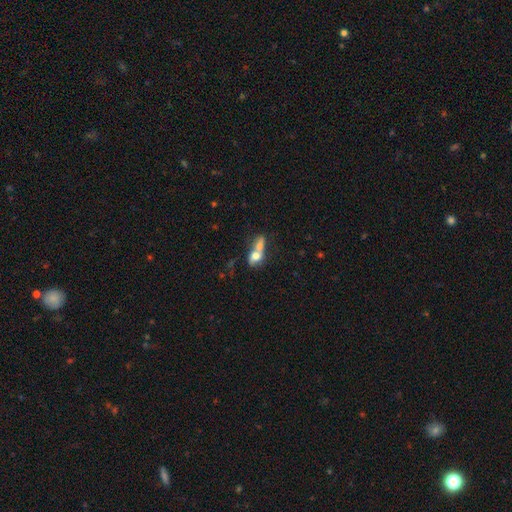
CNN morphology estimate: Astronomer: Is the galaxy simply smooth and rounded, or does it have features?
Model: smooth — 65%.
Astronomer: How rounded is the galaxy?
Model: in between — 57% (runner-up: round, 35%).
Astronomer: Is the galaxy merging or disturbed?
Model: merger — 72%.